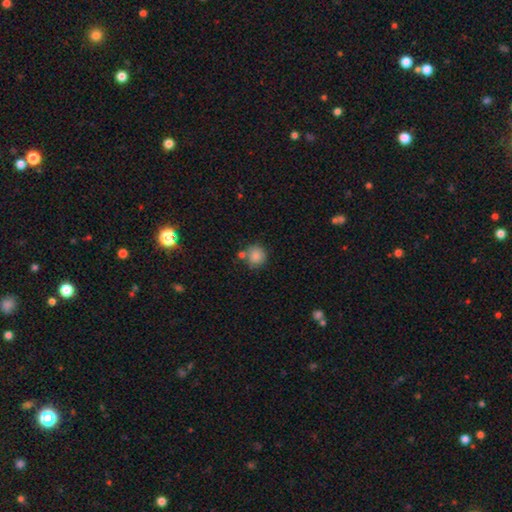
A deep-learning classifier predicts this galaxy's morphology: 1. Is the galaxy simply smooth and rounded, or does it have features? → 83% smooth, 9% star or artifact, 8% featured or disk.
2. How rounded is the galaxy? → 89% round, 10% in between, 1% cigar-shaped.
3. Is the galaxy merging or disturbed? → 65% none, 18% merger, 14% minor disturbance, 4% major disturbance.